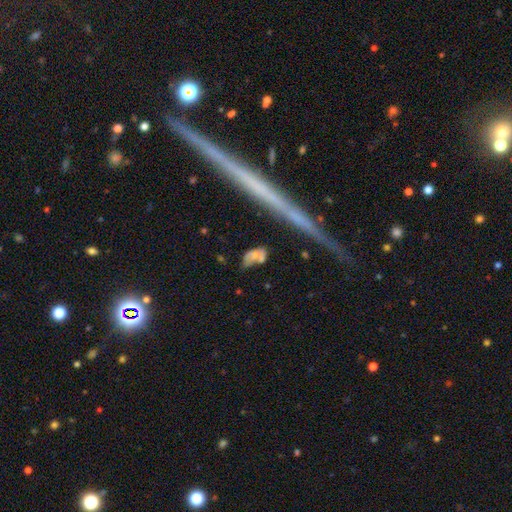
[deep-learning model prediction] smooth-or-featured: smooth: 58% | featured or disk: 32% | star or artifact: 10%
  how-rounded: in between: 82% | cigar-shaped: 9% | round: 9%
  merging: none: 41% | minor disturbance: 24% | merger: 20% | major disturbance: 15%